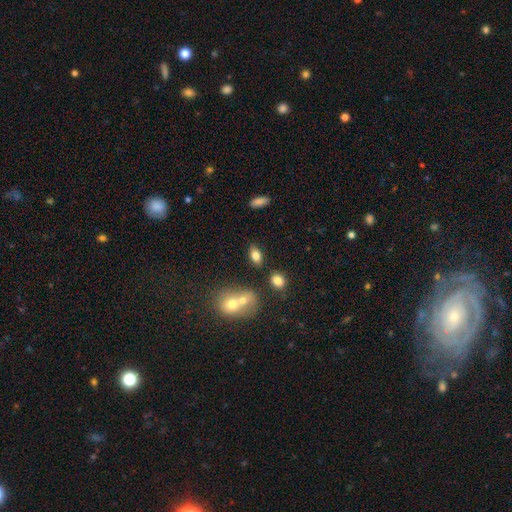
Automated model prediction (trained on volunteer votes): This is likely a smooth galaxy (77%). How rounded: clearly in between (87%). Merging: likely none (76%).